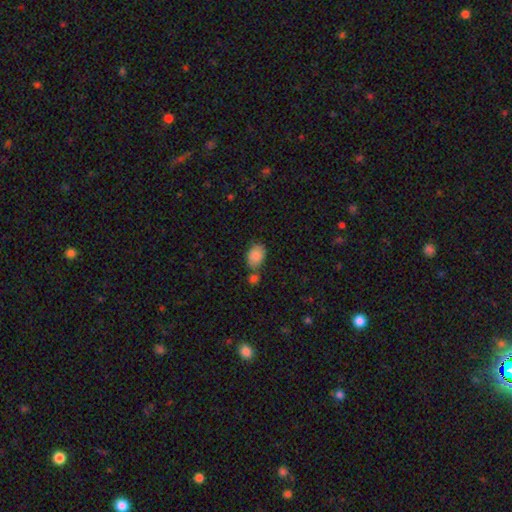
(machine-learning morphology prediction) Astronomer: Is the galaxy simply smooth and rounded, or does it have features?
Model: smooth — 86%.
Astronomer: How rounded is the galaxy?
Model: in between — 75%.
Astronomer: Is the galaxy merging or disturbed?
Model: none — 55%.